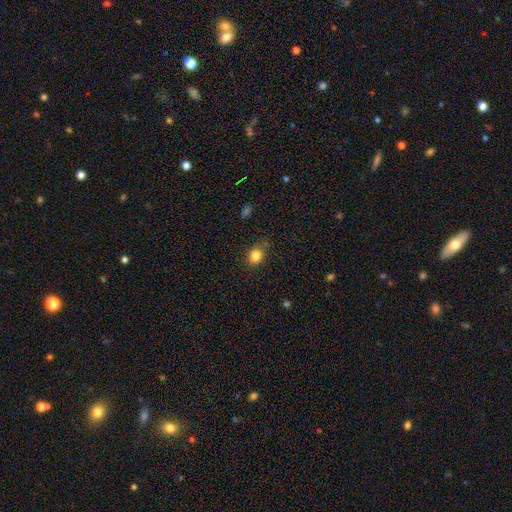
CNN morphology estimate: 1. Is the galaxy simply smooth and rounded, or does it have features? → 83% smooth, 11% star or artifact, 6% featured or disk.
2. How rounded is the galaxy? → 60% round, 39% in between, 1% cigar-shaped.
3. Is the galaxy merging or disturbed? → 74% none, 19% minor disturbance, 5% major disturbance, 3% merger.